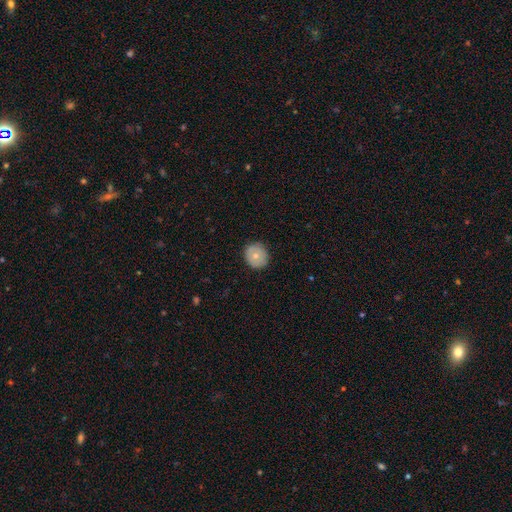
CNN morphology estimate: This appears to be a smooth galaxy with no disk features (67%) that is round (86%). Merging: none (86%).